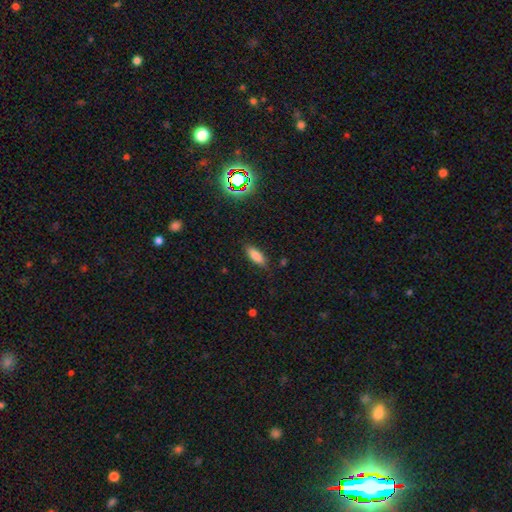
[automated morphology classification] smooth_or_featured: smooth (p=0.82) [alt: star or artifact p=0.09]
how_rounded: in between (p=0.71) [alt: cigar-shaped p=0.27]
merging: none (p=0.83) [alt: minor disturbance p=0.12]